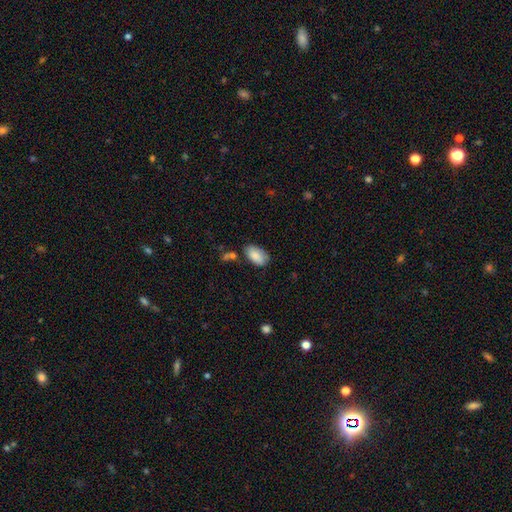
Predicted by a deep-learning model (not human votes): A smooth galaxy with no disk features (85%) that is in between round and cigar-shaped (94%).

Vote fractions:
- Smooth or featured? smooth: 85% / featured or disk: 9% / star or artifact: 7%
- How rounded? in between: 94% / round: 4% / cigar-shaped: 2%
- Merging? none: 67% / minor disturbance: 22% / merger: 6% / major disturbance: 5%